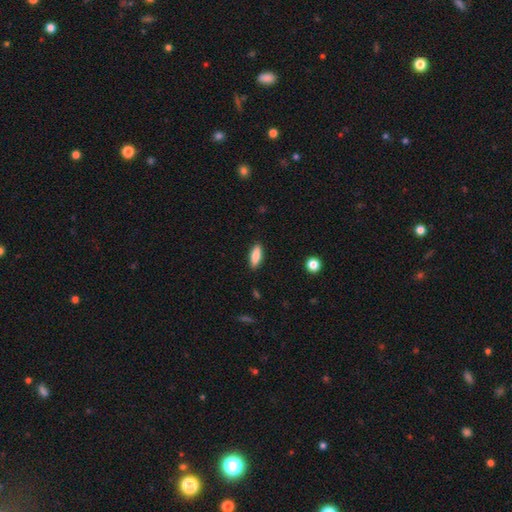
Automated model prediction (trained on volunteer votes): Smooth or featured?
  - smooth: 85% *
  - featured or disk: 9%
  - star or artifact: 6%
How rounded?
  - in between: 66% *
  - cigar-shaped: 32%
  - round: 2%
Merging?
  - none: 89% *
  - minor disturbance: 8%
  - major disturbance: 2%
  - merger: 1%